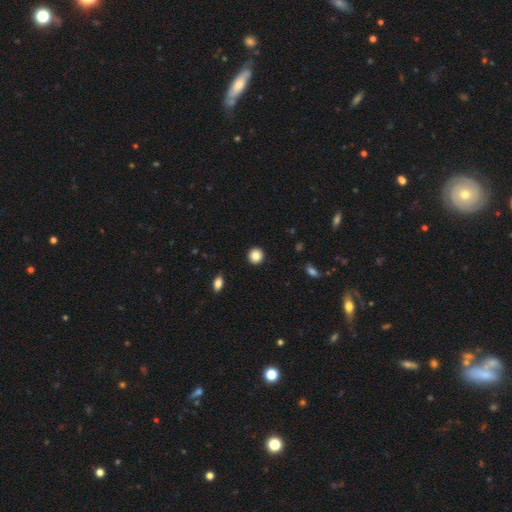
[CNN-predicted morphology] Smooth or featured? Predicted: smooth (p=0.86). How rounded? Predicted: round (p=0.93). Merging? Predicted: none (p=0.93).